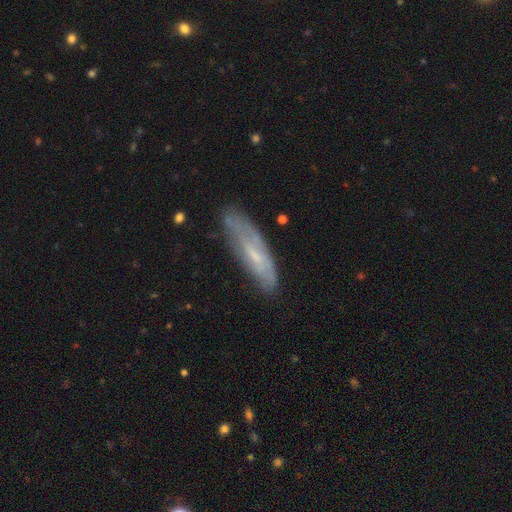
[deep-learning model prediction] This appears to be a featured or disk galaxy (52%). Merging: none (68%).